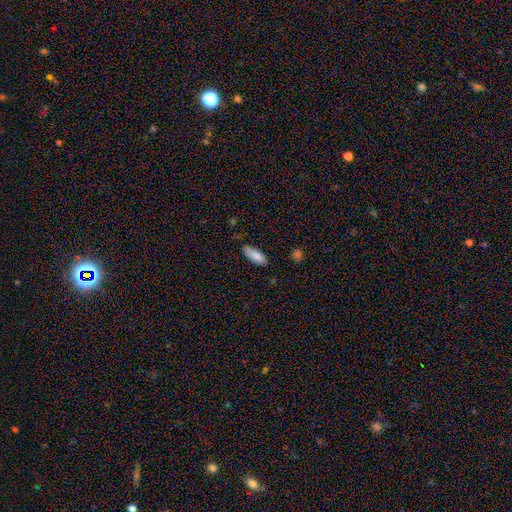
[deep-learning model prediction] The model was most divided on "how rounded": in between: 74%, cigar-shaped: 24%, round: 2%. More confident: smooth or featured — smooth (85%); merging — none (76%).